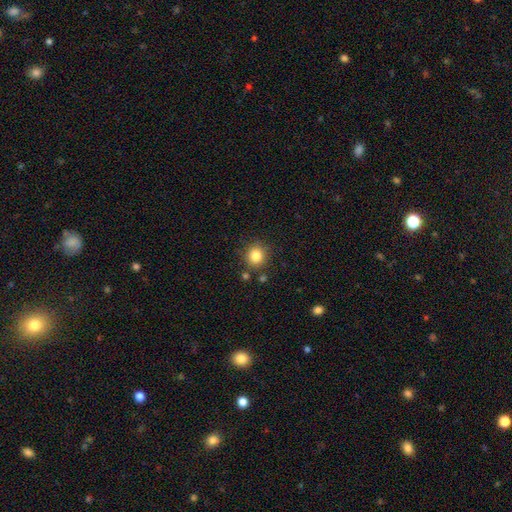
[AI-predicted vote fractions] smooth-or-featured: smooth: 83% | star or artifact: 11% | featured or disk: 5%
  how-rounded: round: 87% | in between: 12% | cigar-shaped: 1%
  merging: none: 83% | minor disturbance: 9% | merger: 4% | major disturbance: 3%